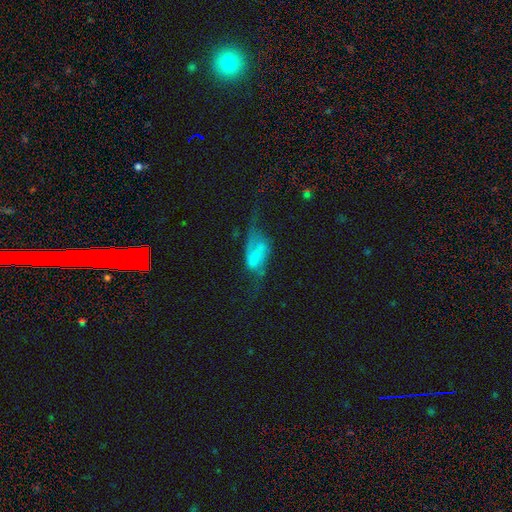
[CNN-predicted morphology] This is possibly a featured or disk galaxy (59%). It is clearly not viewed edge-on (92%). Bar: marginally weak (35%). Spiral arm pattern: likely yes (71%). Central bulge: possibly none (54%). Merging: marginally major disturbance (45%).